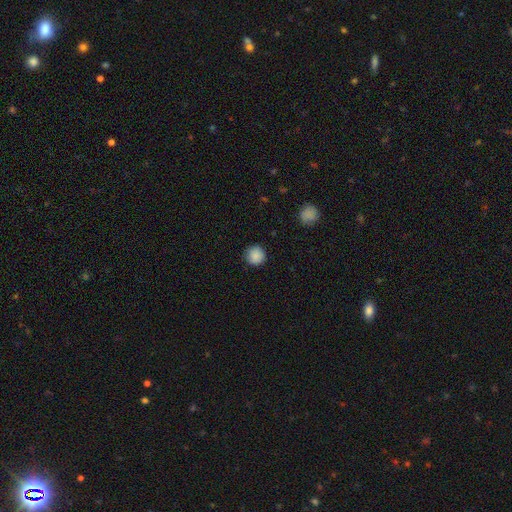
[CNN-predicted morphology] A smooth galaxy with no disk features (87%) that is round (95%).

Vote fractions:
- Smooth or featured? smooth: 87% / star or artifact: 8% / featured or disk: 4%
- How rounded? round: 95% / in between: 4% / cigar-shaped: 1%
- Merging? none: 89% / minor disturbance: 8% / major disturbance: 2% / merger: 1%